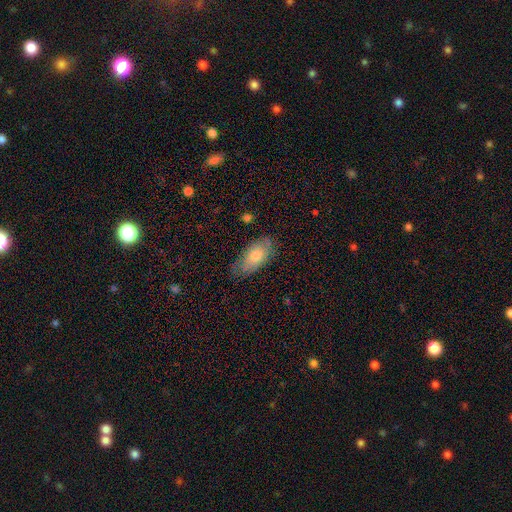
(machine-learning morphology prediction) smooth-or-featured: smooth: 75% | featured or disk: 19% | star or artifact: 7%
  how-rounded: in between: 90% | cigar-shaped: 7% | round: 3%
  merging: none: 72% | minor disturbance: 22% | major disturbance: 4% | merger: 2%